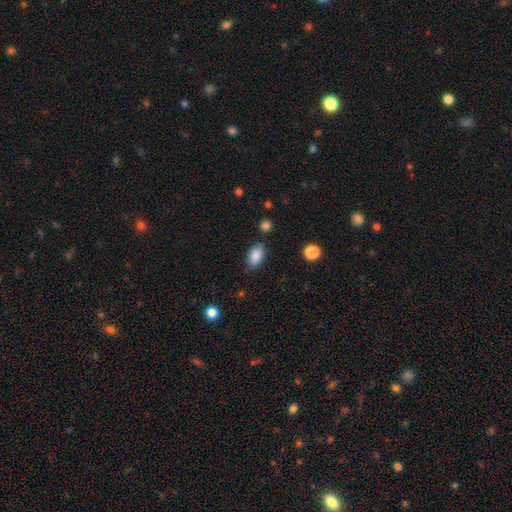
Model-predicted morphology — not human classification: smooth_or_featured: smooth (p=0.87) [alt: star or artifact p=0.08]
how_rounded: in between (p=0.92) [alt: round p=0.06]
merging: none (p=0.80) [alt: minor disturbance p=0.14]